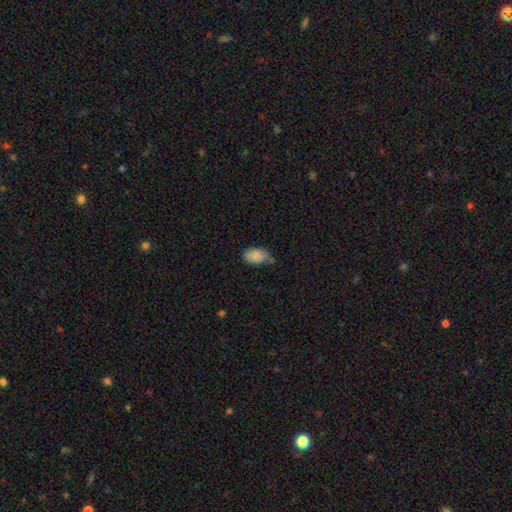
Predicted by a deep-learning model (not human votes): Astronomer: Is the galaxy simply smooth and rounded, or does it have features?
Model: smooth — 88%.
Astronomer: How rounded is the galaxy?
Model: in between — 89%.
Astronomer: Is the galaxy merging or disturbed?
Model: none — 59%.